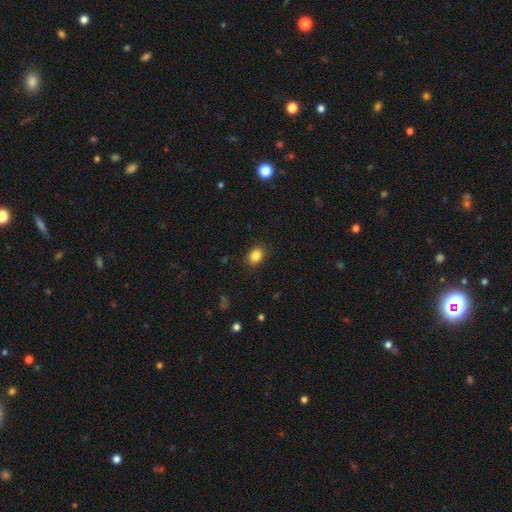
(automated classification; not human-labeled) Morphology: type=smooth (85%); roundness=round (52%); merging=none (87%).